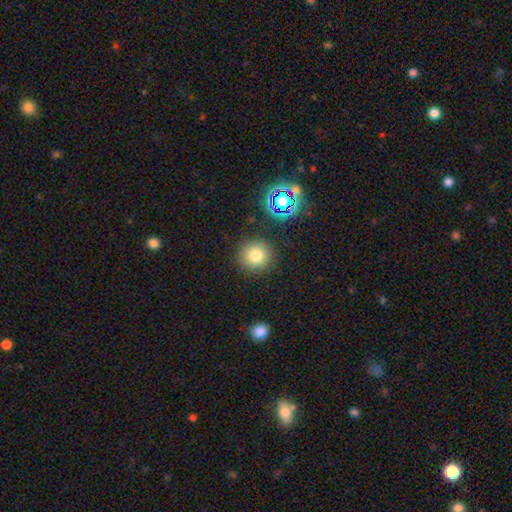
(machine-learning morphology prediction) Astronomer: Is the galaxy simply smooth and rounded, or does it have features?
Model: smooth — 76%.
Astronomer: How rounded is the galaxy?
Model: round — 94%.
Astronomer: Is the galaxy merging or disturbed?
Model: none — 89%.